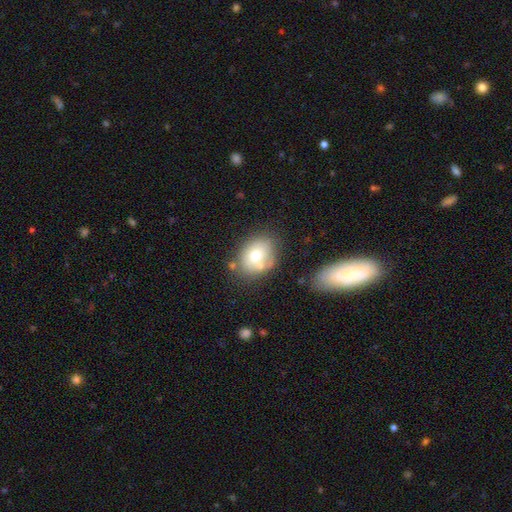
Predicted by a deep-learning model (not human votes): smooth 68%, featured or disk 22%, star or artifact 10%. Down the decision tree: how rounded — in between (56%); merging — none (63%).